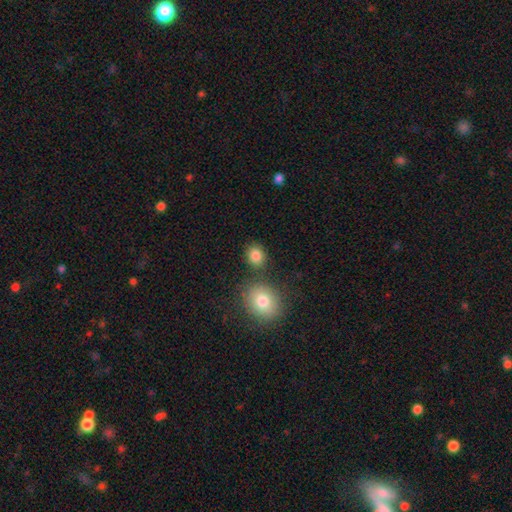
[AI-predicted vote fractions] The model was most divided on "how rounded": round: 64%, in between: 35%, cigar-shaped: 1%. More confident: smooth or featured — smooth (84%); merging — none (75%).